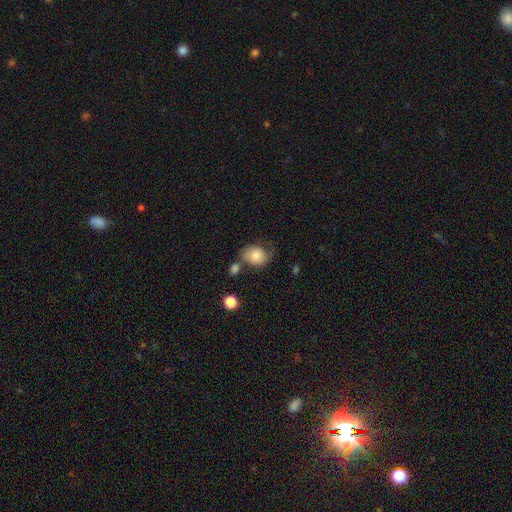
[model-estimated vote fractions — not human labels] A smooth galaxy with no disk features (68%) that is round (58%). Merging: none (42%).